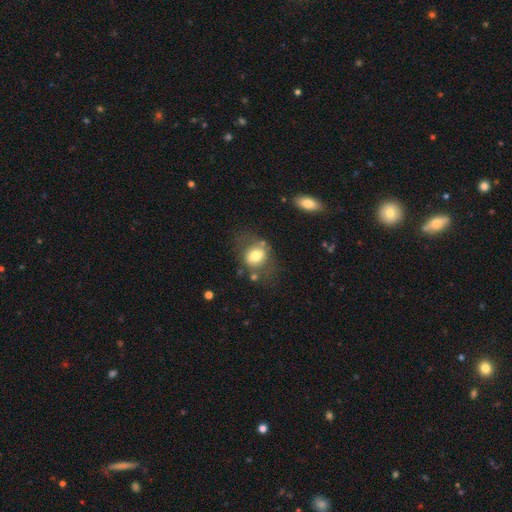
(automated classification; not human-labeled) smooth 65%, featured or disk 26%, star or artifact 9%. Down the decision tree: how rounded — in between (55%); merging — none (56%).